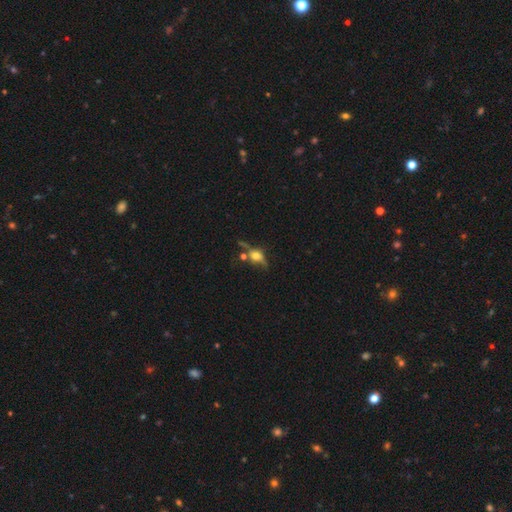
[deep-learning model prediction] Smooth or featured? Predicted: featured or disk (p=0.53). Edge-on disk? Predicted: yes (p=0.75). Merging? Predicted: none (p=0.54).